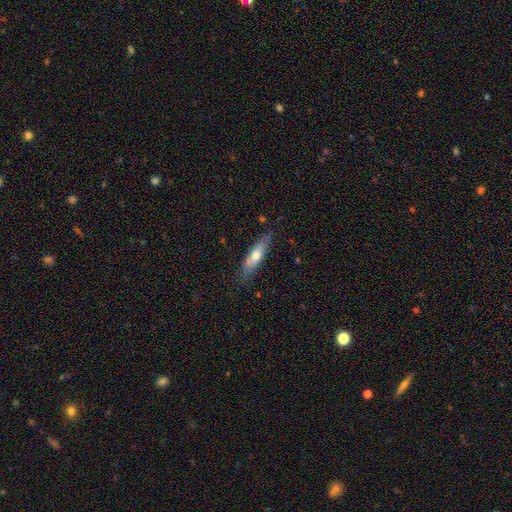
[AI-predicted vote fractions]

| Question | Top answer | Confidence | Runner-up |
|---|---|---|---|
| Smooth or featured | smooth | 58% | featured or disk (36%) |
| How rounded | cigar-shaped | 63% | in between (35%) |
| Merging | none | 80% | minor disturbance (15%) |